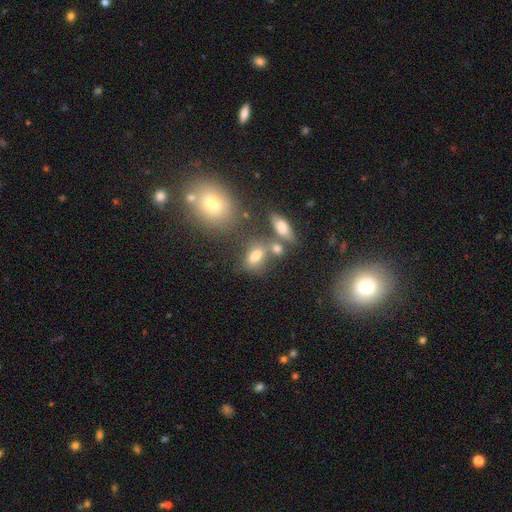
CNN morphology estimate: smooth 72%, star or artifact 15%, featured or disk 13%. Down the decision tree: how rounded — in between (79%); merging — none (49%).